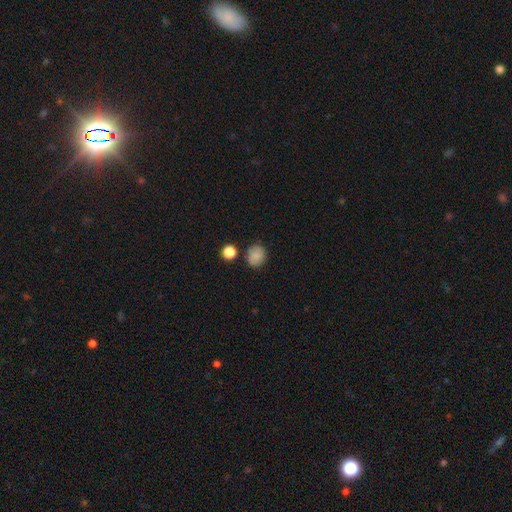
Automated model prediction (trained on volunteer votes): smooth_or_featured: smooth (p=0.84) [alt: star or artifact p=0.09]
how_rounded: round (p=0.75) [alt: in between p=0.25]
merging: none (p=0.80) [alt: minor disturbance p=0.12]